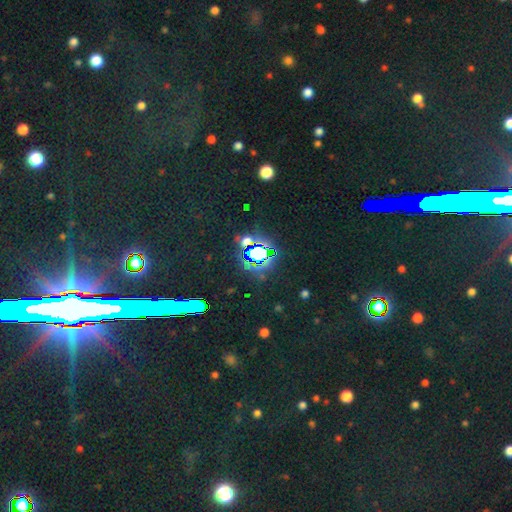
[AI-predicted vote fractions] Morphology: type=star or artifact (75%).